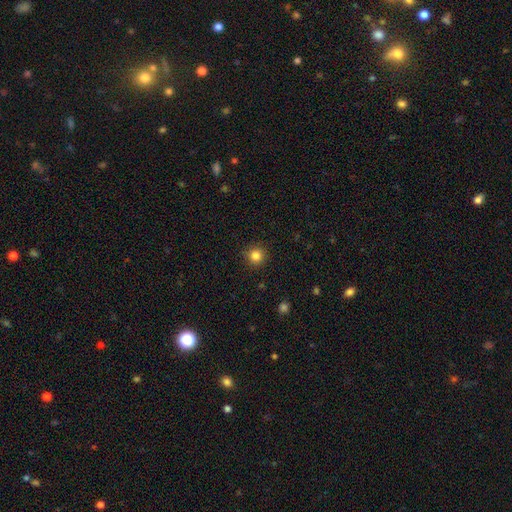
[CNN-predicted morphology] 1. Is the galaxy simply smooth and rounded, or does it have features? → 84% smooth, 12% star or artifact, 5% featured or disk.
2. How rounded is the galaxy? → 94% round, 5% in between, 1% cigar-shaped.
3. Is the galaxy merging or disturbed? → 90% none, 7% minor disturbance, 2% major disturbance, 1% merger.